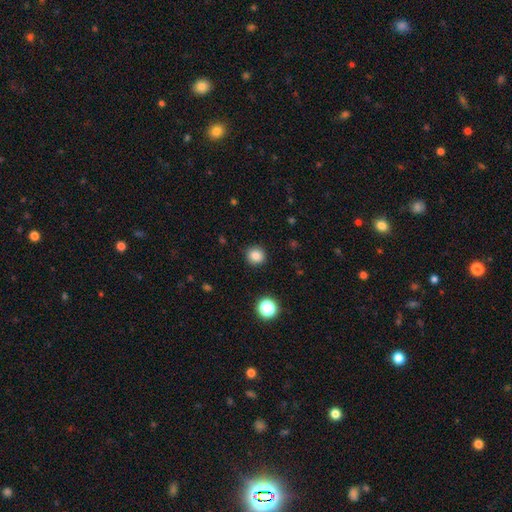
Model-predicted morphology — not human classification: A smooth galaxy with no disk features (84%) that is round (91%). Merging: none (90%).